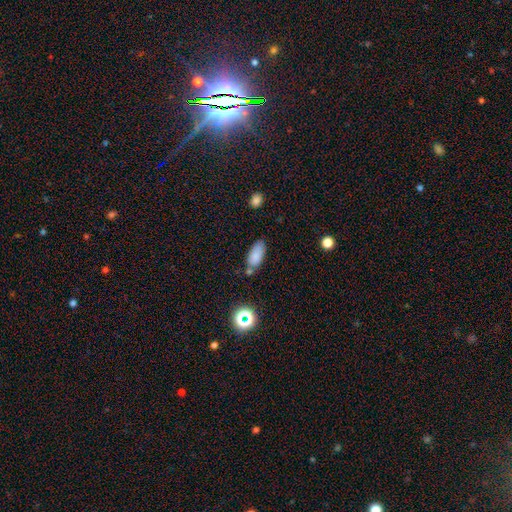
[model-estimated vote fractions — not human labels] smooth 82%, star or artifact 11%, featured or disk 8%. Down the decision tree: how rounded — in between (87%); merging — none (62%).